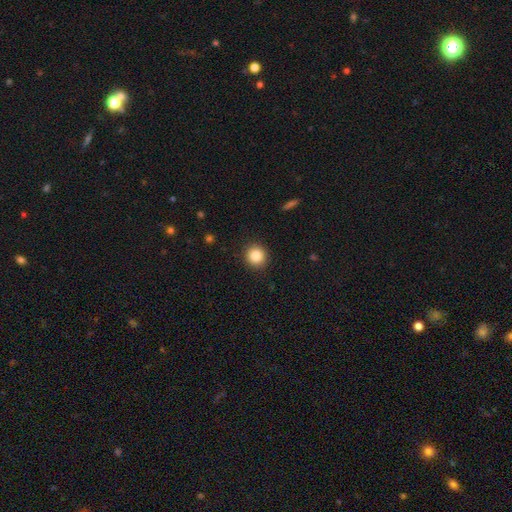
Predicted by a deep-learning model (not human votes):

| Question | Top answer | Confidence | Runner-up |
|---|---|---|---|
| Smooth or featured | smooth | 85% | star or artifact (10%) |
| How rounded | round | 91% | in between (8%) |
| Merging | none | 92% | minor disturbance (6%) |